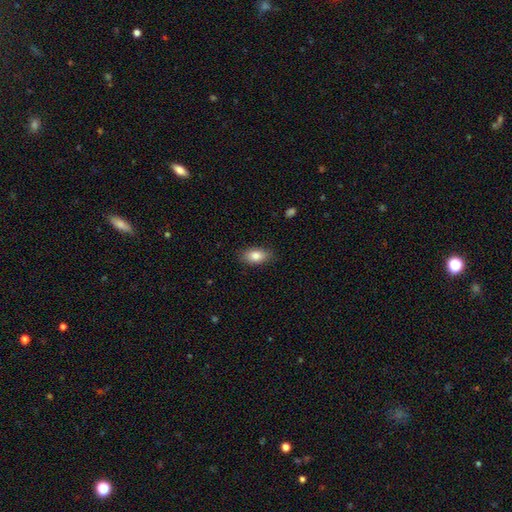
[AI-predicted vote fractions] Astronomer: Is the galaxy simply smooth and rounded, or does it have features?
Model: smooth — 84%.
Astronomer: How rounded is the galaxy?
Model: in between — 91%.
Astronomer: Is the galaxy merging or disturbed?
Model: none — 86%.